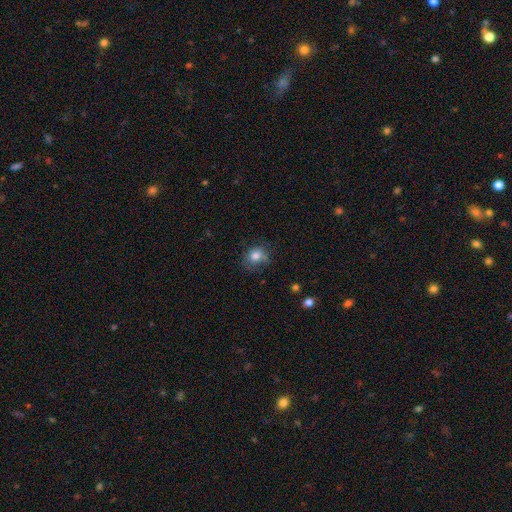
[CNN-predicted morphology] smooth_or_featured: smooth (p=0.79) [alt: star or artifact p=0.11]
how_rounded: round (p=0.68) [alt: in between p=0.31]
merging: none (p=0.61) [alt: minor disturbance p=0.26]